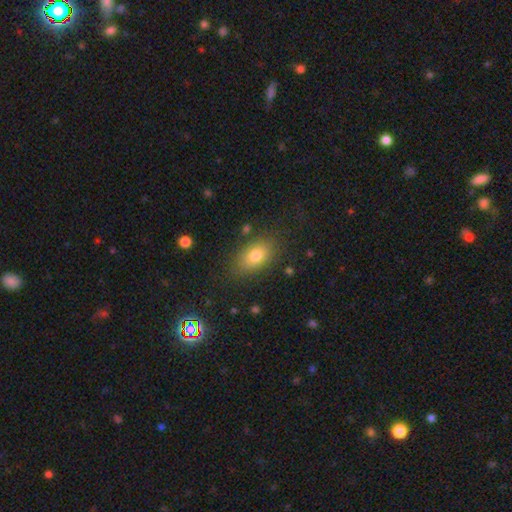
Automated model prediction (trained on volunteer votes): smooth 77%, featured or disk 13%, star or artifact 10%. Down the decision tree: how rounded — in between (86%); merging — none (82%).